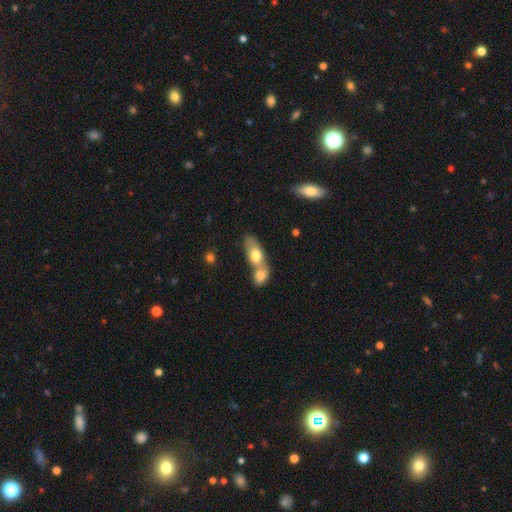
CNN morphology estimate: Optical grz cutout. It shows a smooth galaxy with no disk features (71%) that is in between round and cigar-shaped (76%). Merging: merger (70%).